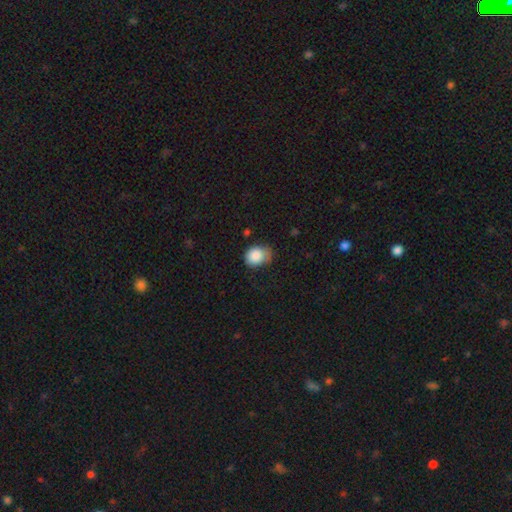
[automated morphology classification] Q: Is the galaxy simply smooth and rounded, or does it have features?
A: smooth — 86%.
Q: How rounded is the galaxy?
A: round — 58%.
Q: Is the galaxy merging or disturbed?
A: none — 51%.